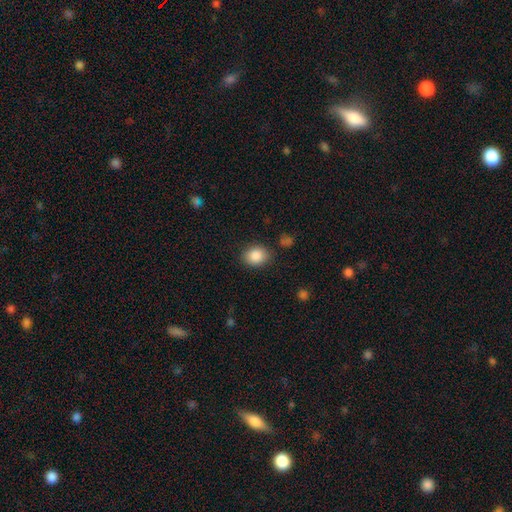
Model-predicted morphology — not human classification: A smooth galaxy with no disk features (87%) that is in between round and cigar-shaped (51%). Merging: none (84%).